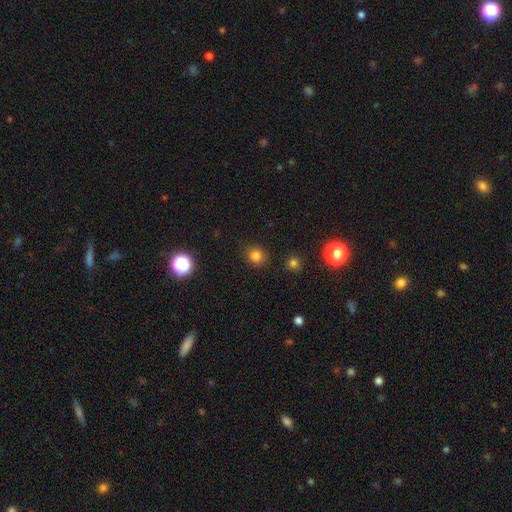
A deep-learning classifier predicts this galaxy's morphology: Smooth or featured? smooth (80%)
How rounded? round (89%)
Merging? none (89%)